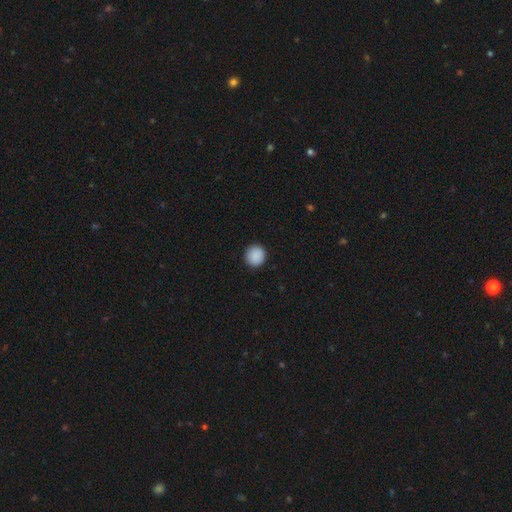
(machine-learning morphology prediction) Q: Smooth or featured?
A: smooth (90%); runner-up: star or artifact (8%)
Q: How rounded?
A: round (94%); runner-up: in between (5%)
Q: Merging?
A: none (93%); runner-up: minor disturbance (5%)